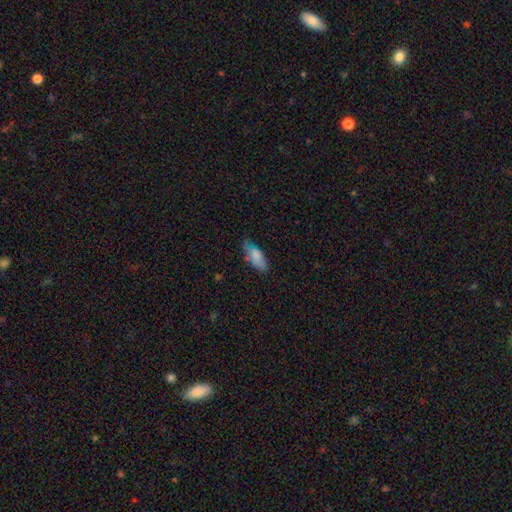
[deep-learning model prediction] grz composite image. It shows a smooth galaxy with no disk features (78%) that is in between round and cigar-shaped (82%). Merging: none (53%).